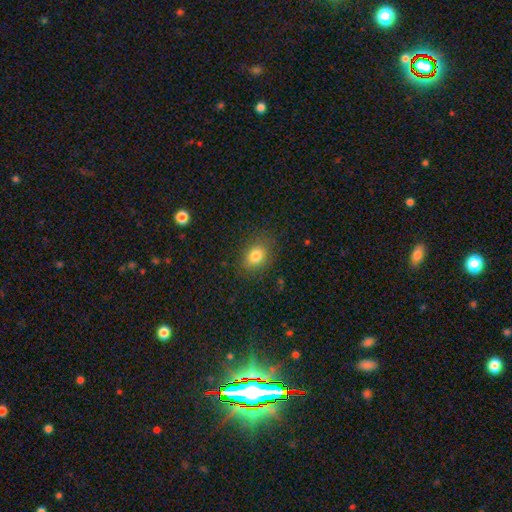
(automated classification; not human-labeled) Smooth or featured? smooth (82%)
How rounded? in between (67%)
Merging? none (83%)